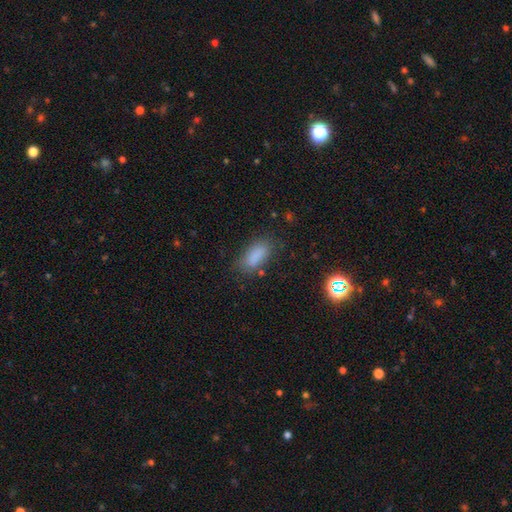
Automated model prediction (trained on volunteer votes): This is clearly a smooth galaxy (83%). How rounded: clearly in between (82%). Merging: likely none (76%).